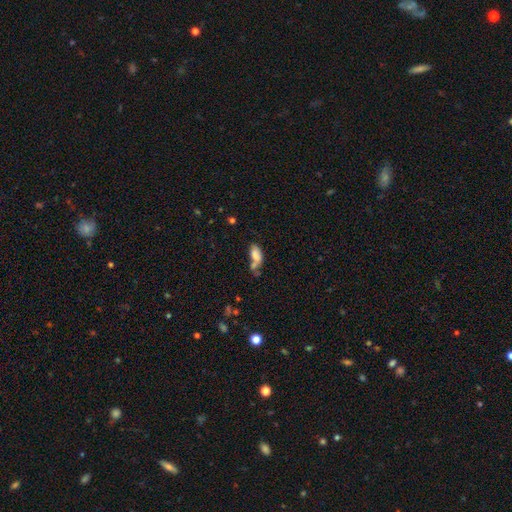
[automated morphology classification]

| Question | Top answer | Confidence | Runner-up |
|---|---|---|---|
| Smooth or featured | smooth | 77% | featured or disk (13%) |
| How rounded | in between | 86% | cigar-shaped (10%) |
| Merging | merger | 39% | none (29%) |